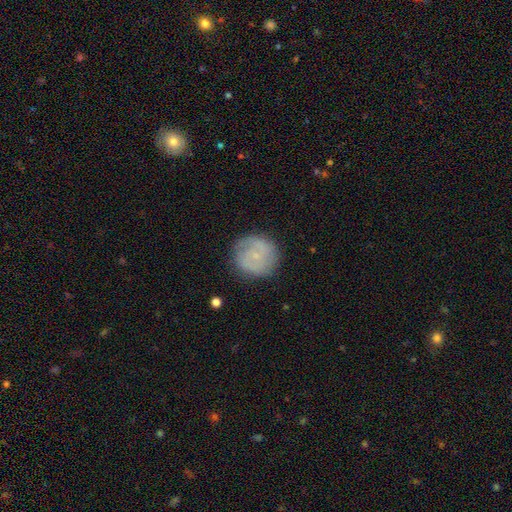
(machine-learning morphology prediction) A featured or disk galaxy (50%). Merging: none (81%).